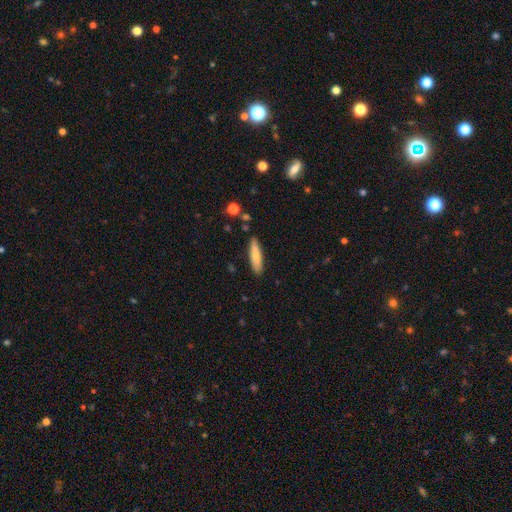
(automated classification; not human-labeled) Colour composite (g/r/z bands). It shows a smooth galaxy with no disk features (76%) that is cigar-shaped (75%). Merging: none (85%).